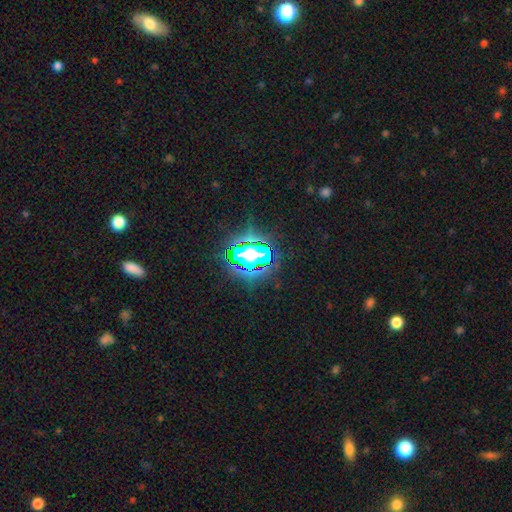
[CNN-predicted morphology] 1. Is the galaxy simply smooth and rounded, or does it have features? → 77% star or artifact, 14% smooth, 9% featured or disk.